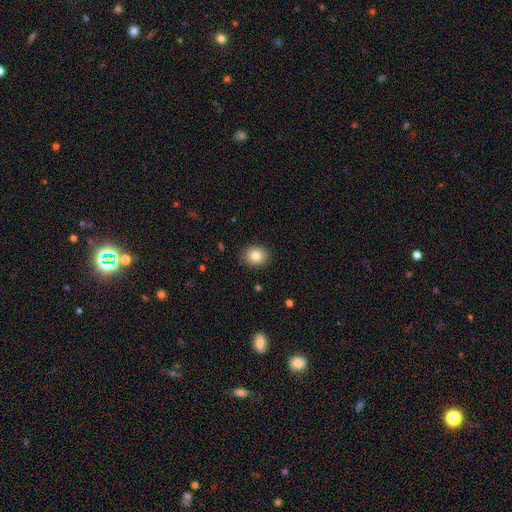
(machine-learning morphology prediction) type=smooth (81%); roundness=round (76%); merging=none (90%).